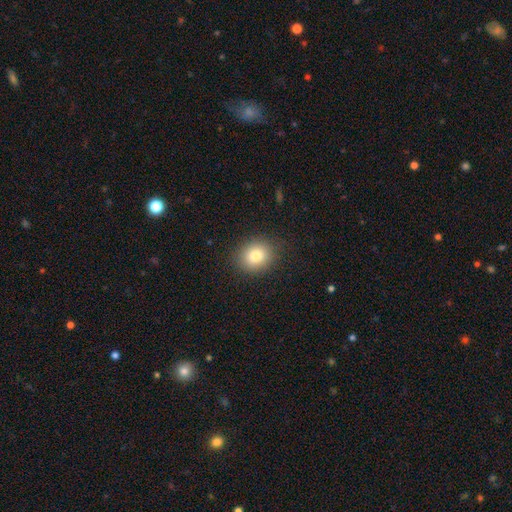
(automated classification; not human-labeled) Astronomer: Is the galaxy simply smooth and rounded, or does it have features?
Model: smooth — 81%.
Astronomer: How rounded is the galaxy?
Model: round — 66%.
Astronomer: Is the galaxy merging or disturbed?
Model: none — 87%.